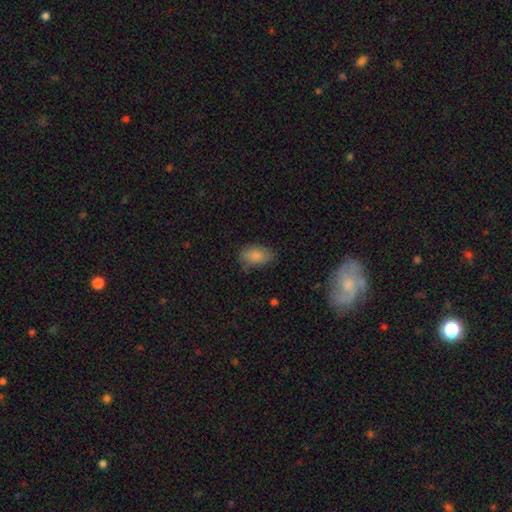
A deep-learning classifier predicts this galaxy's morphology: type=smooth (84%); roundness=in between (90%); merging=none (68%).